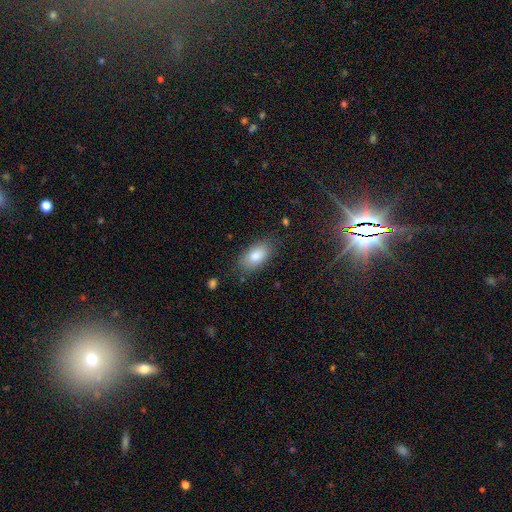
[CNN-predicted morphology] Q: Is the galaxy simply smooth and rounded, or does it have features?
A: smooth — 82%.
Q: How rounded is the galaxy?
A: in between — 92%.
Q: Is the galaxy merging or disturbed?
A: none — 81%.